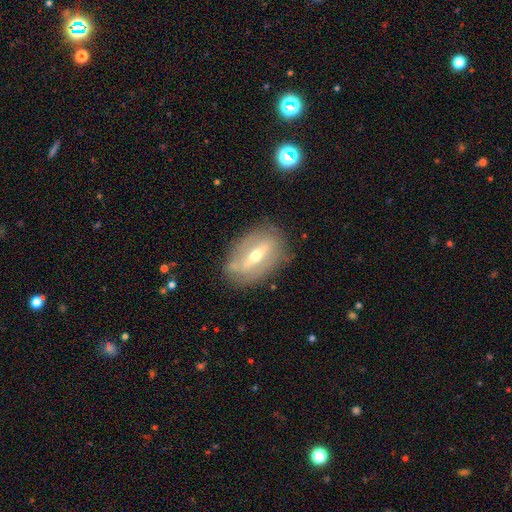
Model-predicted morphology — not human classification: smooth-or-featured: featured or disk: 70% | smooth: 22% | star or artifact: 7%
  disk-edge-on: no: 73% | yes: 27%
    bar: strong: 61% | weak: 26% | no: 13%
    has-spiral-arms: no: 61% | yes: 39%
    bulge-size: moderate: 67% | small: 26% | large: 5% | dominant: 1% | none: 1%
  merging: none: 76% | minor disturbance: 16% | major disturbance: 5% | merger: 2%